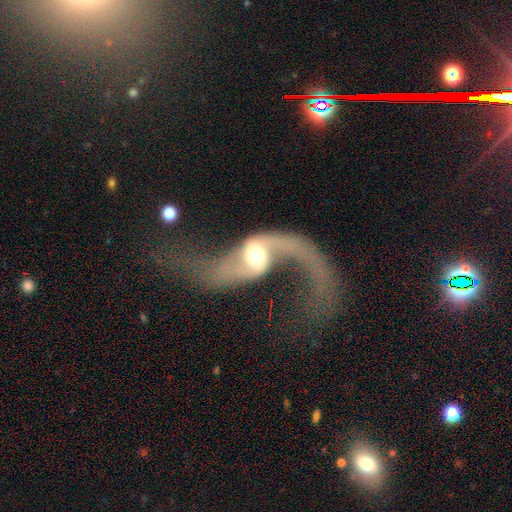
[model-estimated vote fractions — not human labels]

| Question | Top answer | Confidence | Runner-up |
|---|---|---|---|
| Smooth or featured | featured or disk | 78% | smooth (15%) |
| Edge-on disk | no | 92% | yes (8%) |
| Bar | no | 41% | weak (38%) |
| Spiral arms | yes | 86% | no (14%) |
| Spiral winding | loose | 92% | medium (6%) |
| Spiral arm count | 2 | 86% | 1 (9%) |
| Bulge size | moderate | 63% | large (20%) |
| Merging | major disturbance | 46% | none (25%) |